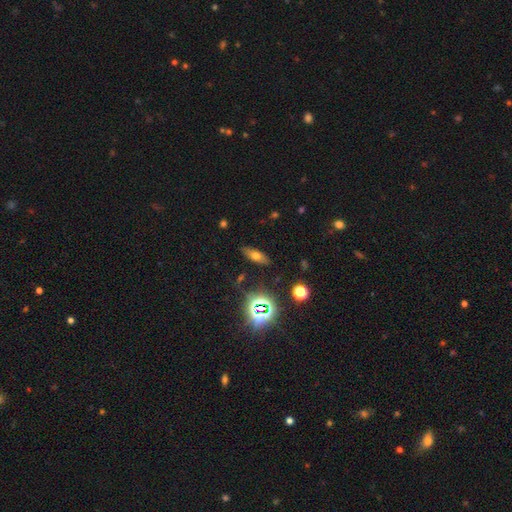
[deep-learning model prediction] A smooth galaxy with no disk features (56%) that is in between round and cigar-shaped (68%). Merging: none (84%).